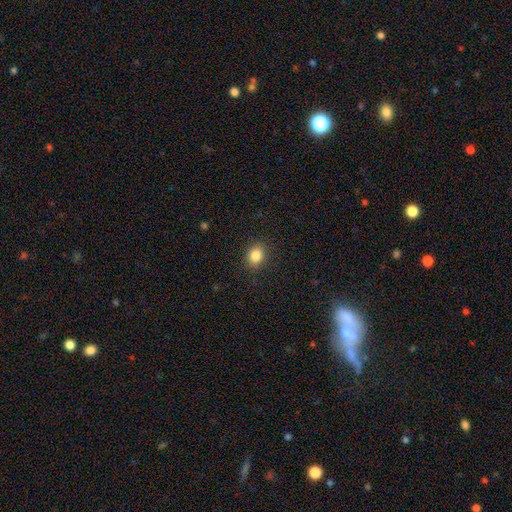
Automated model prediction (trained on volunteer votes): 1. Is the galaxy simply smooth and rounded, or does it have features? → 84% smooth, 10% star or artifact, 5% featured or disk.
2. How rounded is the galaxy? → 50% in between, 49% round, 1% cigar-shaped.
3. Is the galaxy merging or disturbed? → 88% none, 8% minor disturbance, 3% major disturbance, 1% merger.